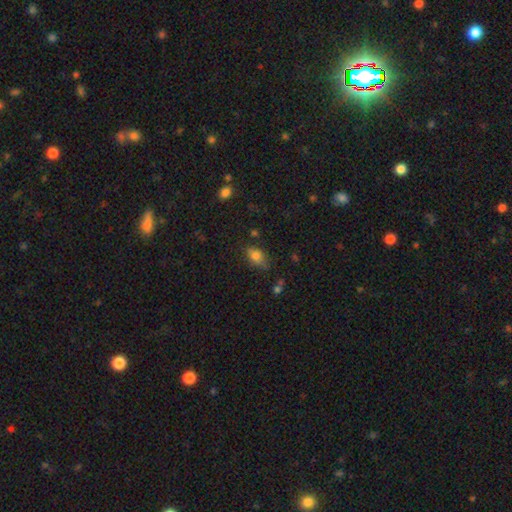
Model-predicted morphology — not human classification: Overall: smooth (77%). How rounded: in between (82%). Merging: none (62%; minor disturbance 27%).